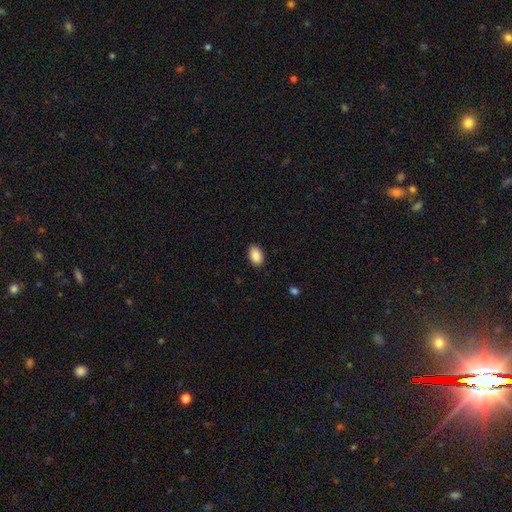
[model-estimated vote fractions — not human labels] smooth-or-featured: smooth: 90% | star or artifact: 7% | featured or disk: 3%
  how-rounded: in between: 89% | round: 10% | cigar-shaped: 1%
  merging: none: 88% | minor disturbance: 9% | major disturbance: 2% | merger: 1%